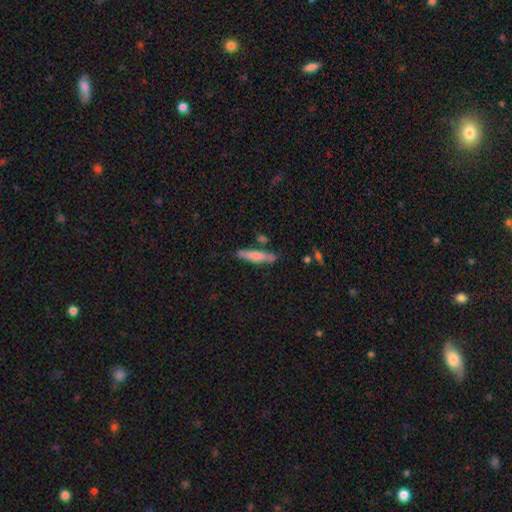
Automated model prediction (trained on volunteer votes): A smooth galaxy with no disk features (74%) that is cigar-shaped (86%). Merging: none (78%).